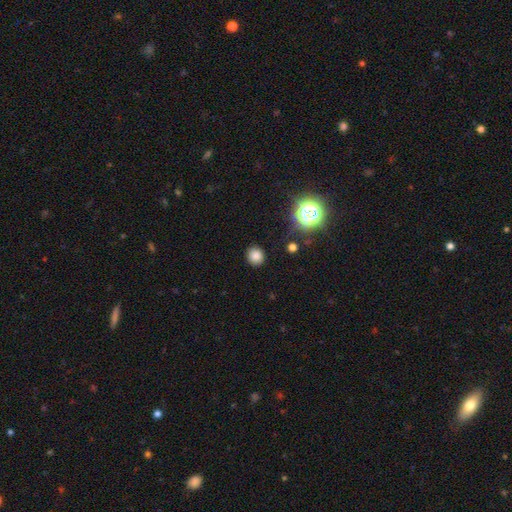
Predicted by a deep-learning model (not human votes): Smooth or featured: smooth — 79% (star or artifact — 16%)
How rounded: round — 81% (in between — 18%)
Merging: none — 88% (minor disturbance — 8%)